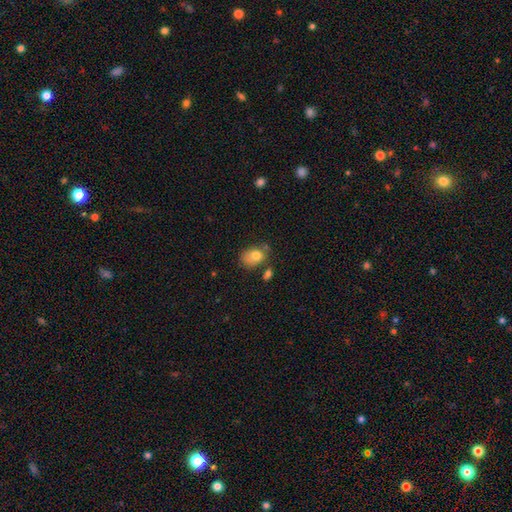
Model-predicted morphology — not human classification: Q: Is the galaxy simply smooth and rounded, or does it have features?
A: smooth — 77%.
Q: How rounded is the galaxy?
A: in between — 70%.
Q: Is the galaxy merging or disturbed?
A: none — 47%.